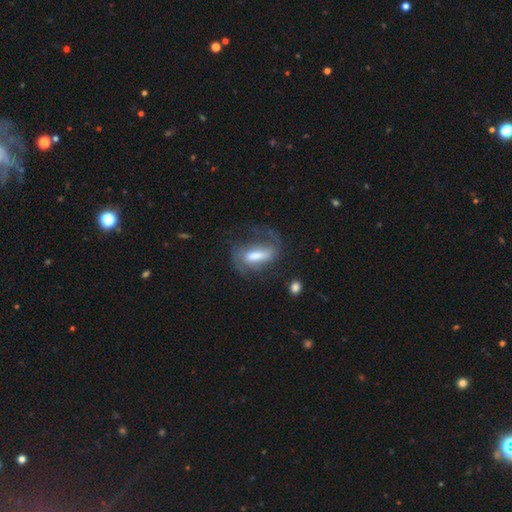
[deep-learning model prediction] featured or disk 63%, smooth 29%, star or artifact 8%. Down the decision tree: edge-on disk — no (91%); bar — strong (48%); spiral arms — yes (82%); bulge size — moderate (40%); merging — none (43%).